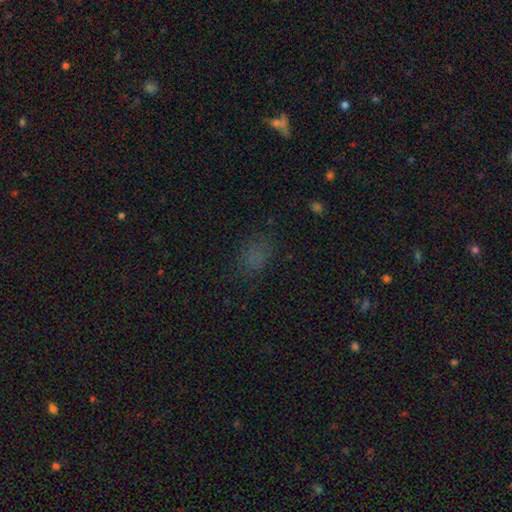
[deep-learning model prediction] smooth-or-featured: smooth: 67% | star or artifact: 24% | featured or disk: 9%
  how-rounded: in between: 71% | round: 26% | cigar-shaped: 2%
  merging: none: 71% | minor disturbance: 18% | major disturbance: 9% | merger: 2%